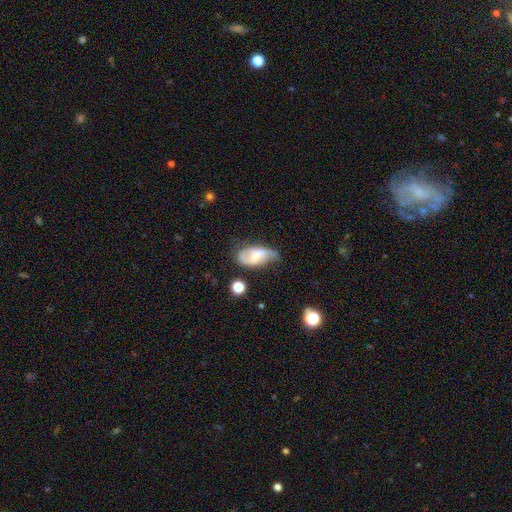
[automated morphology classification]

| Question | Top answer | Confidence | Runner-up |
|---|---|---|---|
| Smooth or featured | featured or disk | 61% | smooth (31%) |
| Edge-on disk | no | 94% | yes (6%) |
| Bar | weak | 49% | no (33%) |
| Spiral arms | yes | 86% | no (14%) |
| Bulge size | small | 39% | moderate (38%) |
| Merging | none | 51% | minor disturbance (32%) |